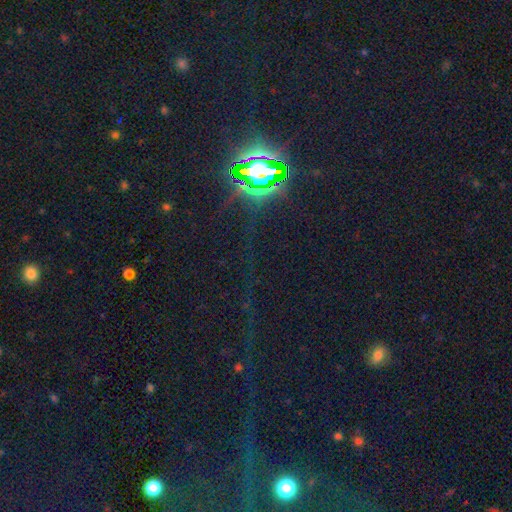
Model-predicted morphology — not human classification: Q: Smooth or featured?
A: star or artifact (84%); runner-up: smooth (9%)